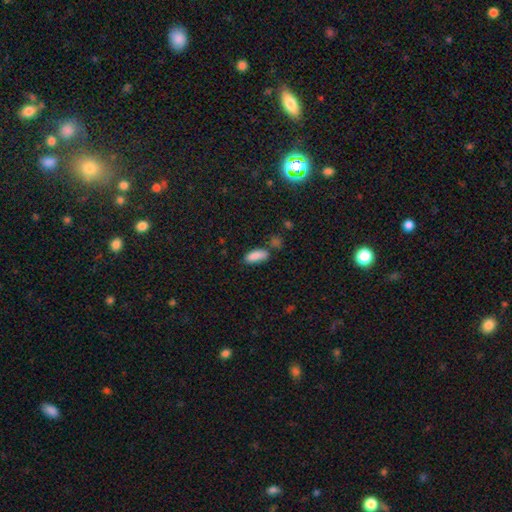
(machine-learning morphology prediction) A smooth galaxy with no disk features (86%) that is in between round and cigar-shaped (76%).

Vote fractions:
- Smooth or featured? smooth: 86% / star or artifact: 8% / featured or disk: 5%
- How rounded? in between: 76% / cigar-shaped: 21% / round: 2%
- Merging? none: 60% / minor disturbance: 21% / merger: 13% / major disturbance: 6%